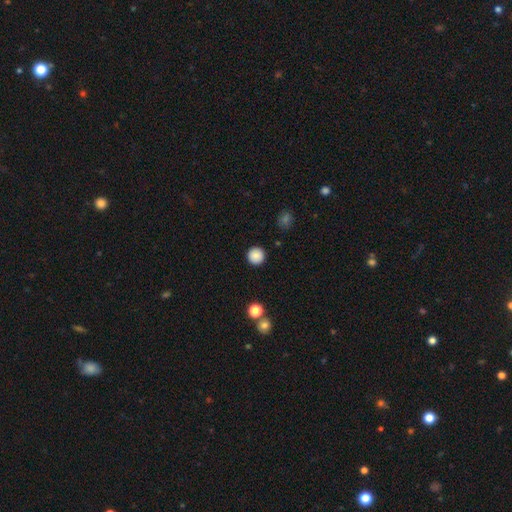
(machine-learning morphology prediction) Q: Smooth or featured?
A: smooth (86%); runner-up: star or artifact (9%)
Q: How rounded?
A: round (96%); runner-up: in between (3%)
Q: Merging?
A: none (92%); runner-up: minor disturbance (5%)